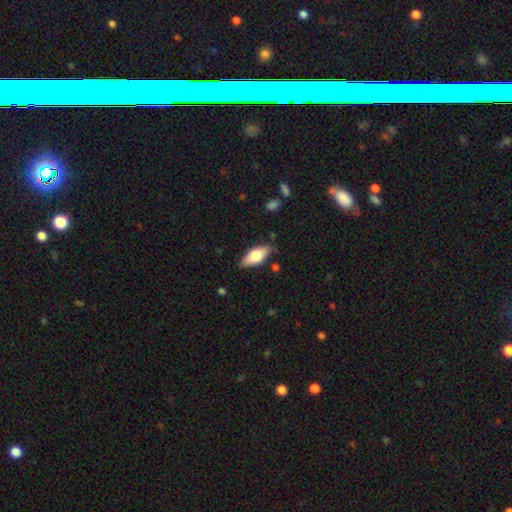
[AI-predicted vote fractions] smooth-or-featured: smooth: 59% | featured or disk: 34% | star or artifact: 6%
  how-rounded: in between: 81% | cigar-shaped: 16% | round: 3%
  merging: none: 82% | minor disturbance: 14% | major disturbance: 3% | merger: 2%